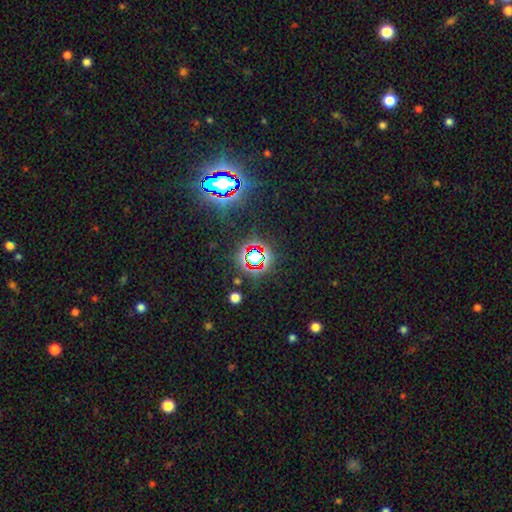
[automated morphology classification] type=star or artifact (74%).